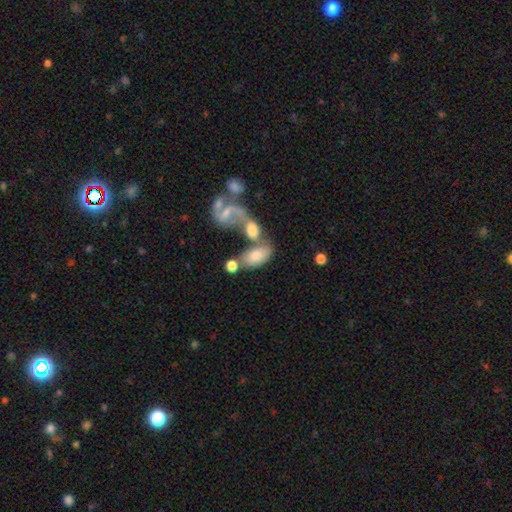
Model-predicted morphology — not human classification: A smooth galaxy with no disk features (69%) that is in between round and cigar-shaped (92%). Merging: merger (48%).